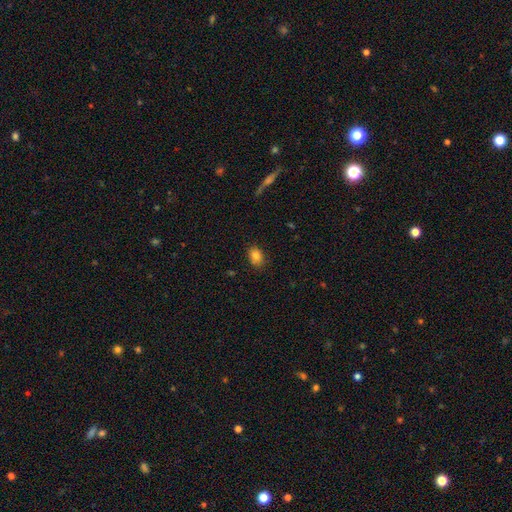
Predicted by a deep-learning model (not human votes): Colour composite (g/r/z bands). It shows a smooth galaxy with no disk features (82%) that is in between round and cigar-shaped (75%). Merging: none (86%).